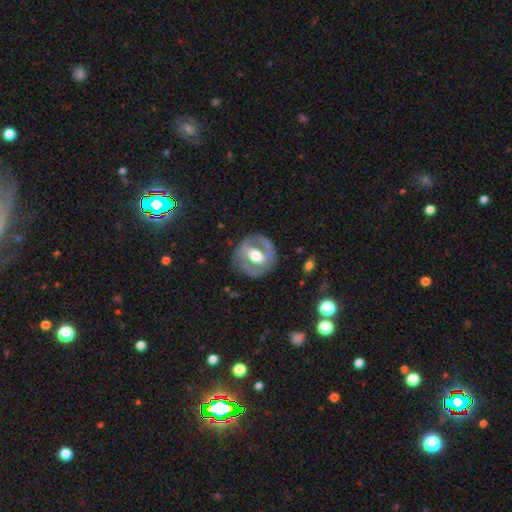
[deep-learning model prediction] Smooth or featured: featured or disk — 81% (smooth — 15%)
Edge-on disk: no — 96% (yes — 4%)
Bar: strong — 39% (weak — 37%)
Spiral arms: yes — 76% (no — 24%)
Spiral winding: tight — 45% (medium — 42%)
Spiral arm count: 2 — 77% (can't tell — 10%)
Bulge size: moderate — 65% (large — 24%)
Merging: none — 76% (minor disturbance — 15%)